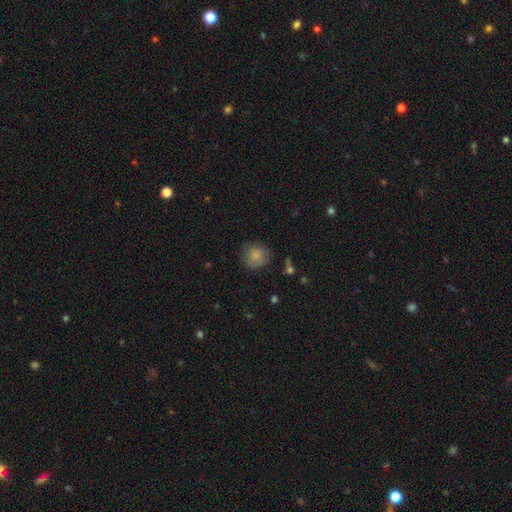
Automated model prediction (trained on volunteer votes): The model was most divided on "merging": none: 73%, minor disturbance: 19%, major disturbance: 5%, merger: 2%. More confident: how rounded — round (89%); smooth or featured — smooth (82%).